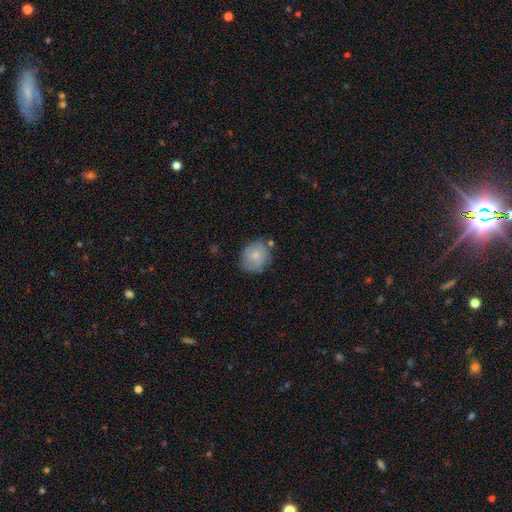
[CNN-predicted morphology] A smooth galaxy with no disk features (79%) that is round (64%).

Vote fractions:
- Smooth or featured? smooth: 79% / featured or disk: 14% / star or artifact: 7%
- How rounded? round: 64% / in between: 35% / cigar-shaped: 1%
- Merging? none: 69% / minor disturbance: 21% / merger: 5% / major disturbance: 5%